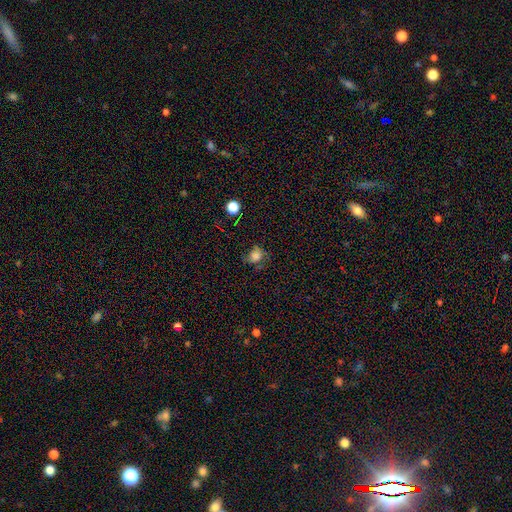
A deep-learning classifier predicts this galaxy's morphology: Q: Smooth or featured?
A: smooth (69%); runner-up: star or artifact (17%)
Q: How rounded?
A: round (67%); runner-up: in between (32%)
Q: Merging?
A: none (55%); runner-up: minor disturbance (25%)